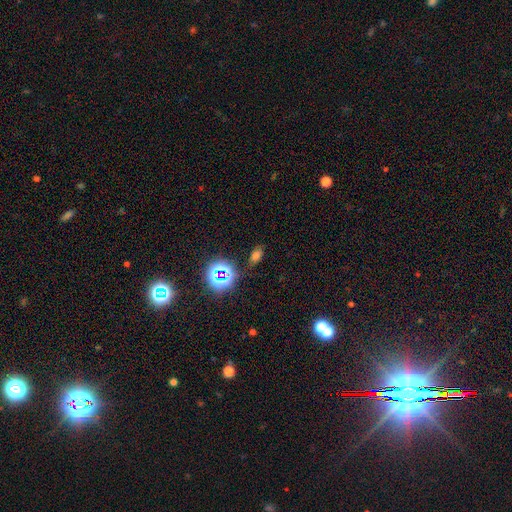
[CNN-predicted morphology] Overall: smooth (61%; star or artifact 31%). How rounded: in between (84%). Merging: none (79%).